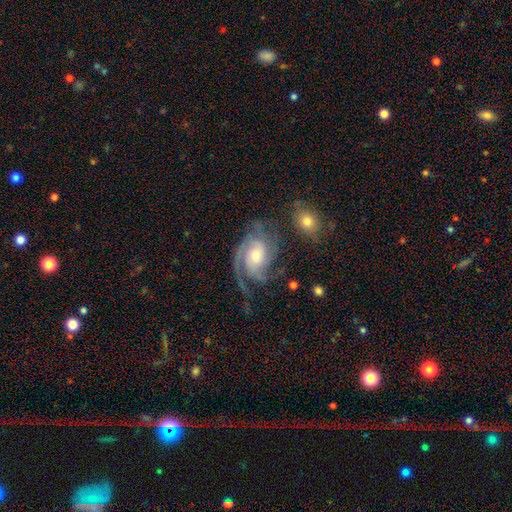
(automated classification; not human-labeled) A featured or disk galaxy (87%) with no bar (64%), 3 (29%) medium (42%) spiral arms (97%) and a moderate central bulge (52%). Merging: none (52%).